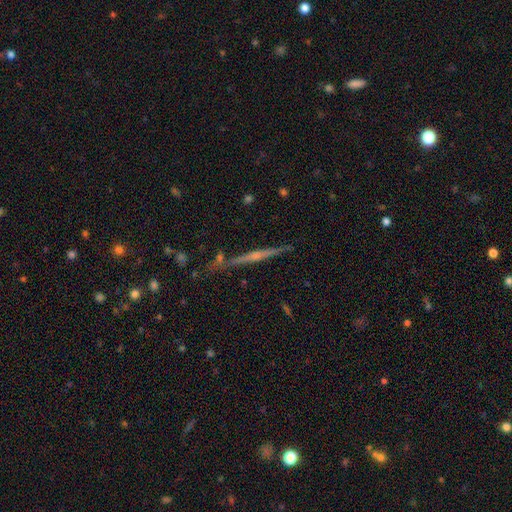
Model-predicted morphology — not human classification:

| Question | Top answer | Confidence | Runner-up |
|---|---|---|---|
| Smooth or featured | featured or disk | 76% | smooth (15%) |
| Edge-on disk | yes | 98% | no (2%) |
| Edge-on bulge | rounded | 66% | none (24%) |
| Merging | none | 85% | minor disturbance (9%) |